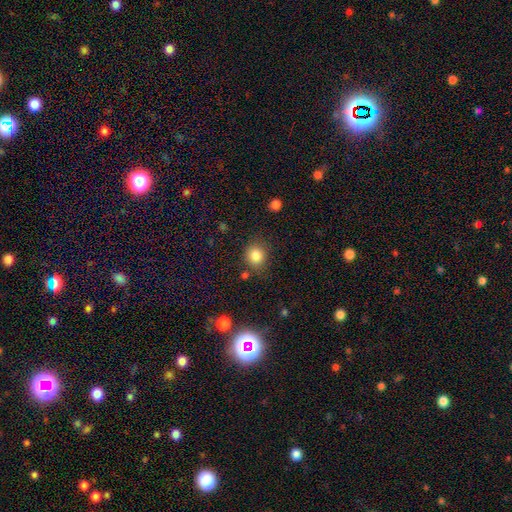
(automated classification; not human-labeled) Smooth or featured? smooth (83%)
How rounded? round (81%)
Merging? none (79%)